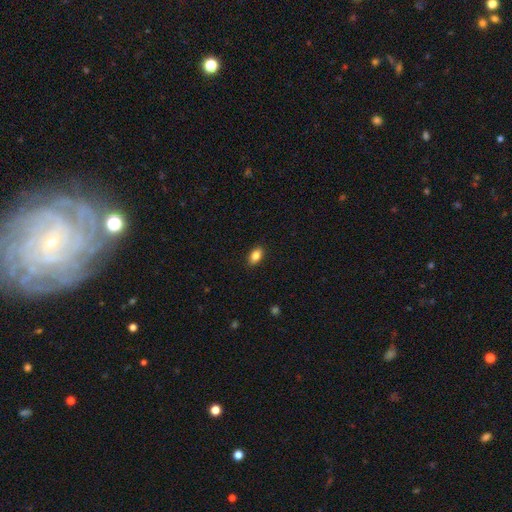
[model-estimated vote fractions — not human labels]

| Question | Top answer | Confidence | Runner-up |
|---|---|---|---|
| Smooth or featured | smooth | 85% | star or artifact (8%) |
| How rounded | in between | 89% | round (9%) |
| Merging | none | 89% | minor disturbance (8%) |